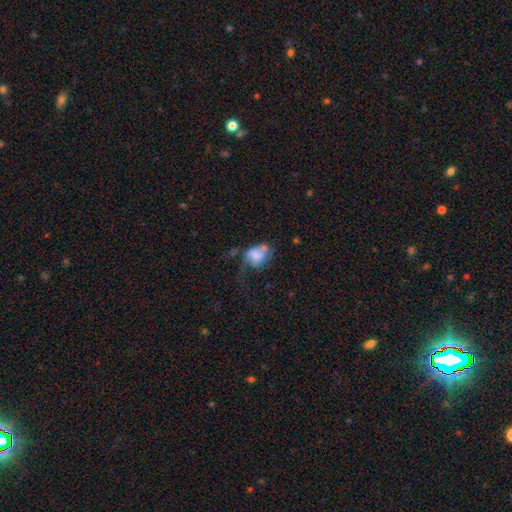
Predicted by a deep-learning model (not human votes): A smooth galaxy with no disk features (55%) that is in between round and cigar-shaped (75%). Merging: major disturbance (48%).